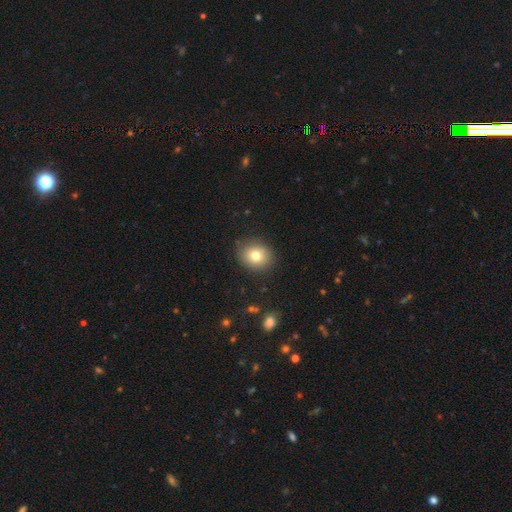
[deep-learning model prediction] smooth-or-featured: smooth: 79% | featured or disk: 11% | star or artifact: 11%
  how-rounded: round: 68% | in between: 31% | cigar-shaped: 1%
  merging: none: 86% | minor disturbance: 10% | major disturbance: 3% | merger: 1%